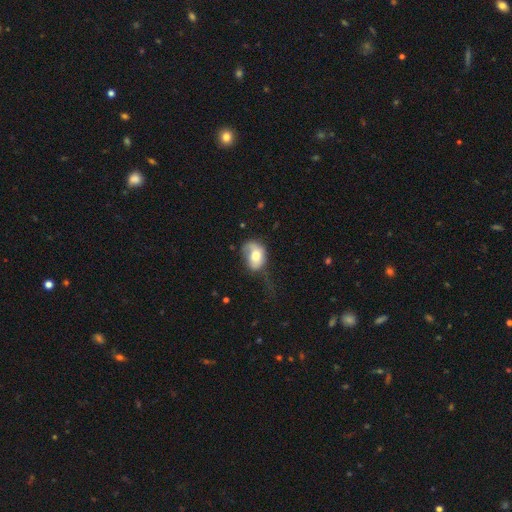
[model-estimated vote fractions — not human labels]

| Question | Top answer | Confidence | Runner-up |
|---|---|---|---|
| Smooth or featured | smooth | 64% | featured or disk (29%) |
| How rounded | in between | 72% | round (26%) |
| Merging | major disturbance | 34% | minor disturbance (33%) |